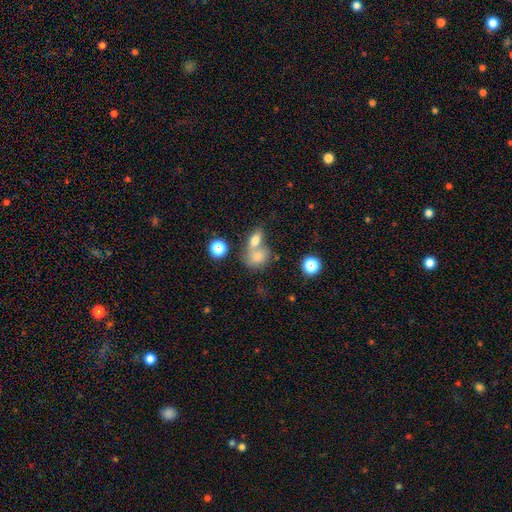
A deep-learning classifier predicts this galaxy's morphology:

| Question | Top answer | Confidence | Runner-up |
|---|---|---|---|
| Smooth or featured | smooth | 68% | featured or disk (18%) |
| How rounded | in between | 58% | round (39%) |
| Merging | merger | 55% | none (30%) |